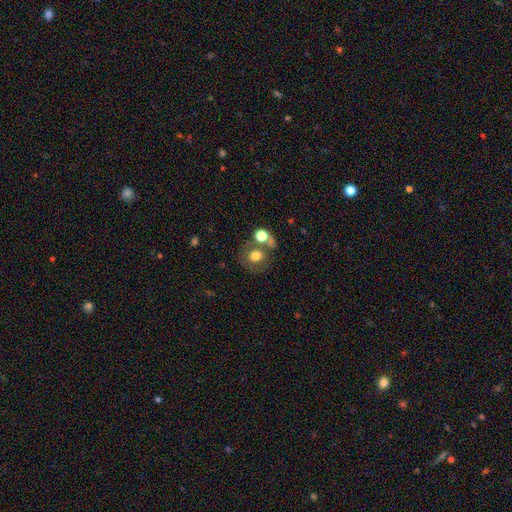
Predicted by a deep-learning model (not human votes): Smooth or featured? Predicted: smooth (p=0.67). How rounded? Predicted: round (p=0.75). Merging? Predicted: none (p=0.56).